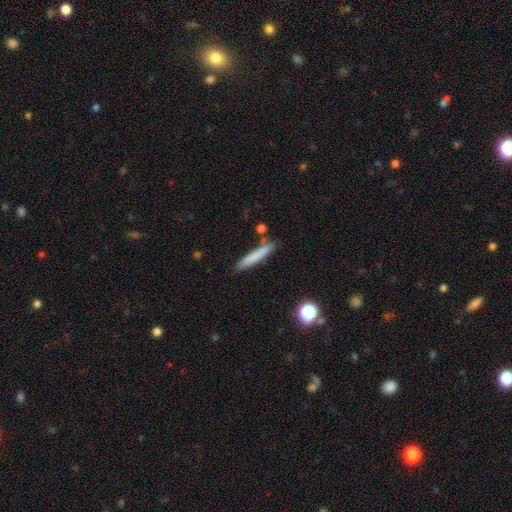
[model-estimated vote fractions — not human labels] This is likely a smooth galaxy (75%). How rounded: clearly cigar-shaped (94%). Merging: clearly none (81%).